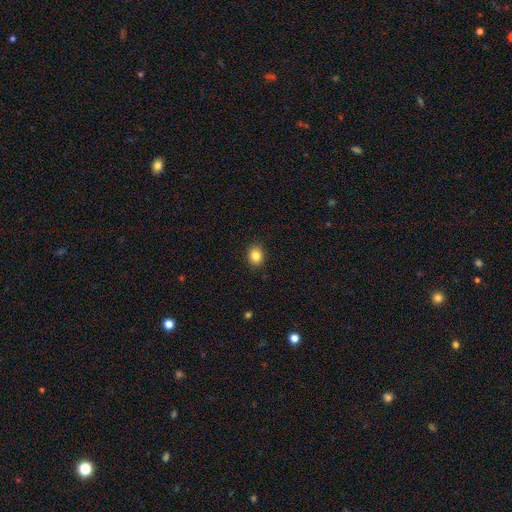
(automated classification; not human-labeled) Smooth or featured? smooth (84%)
How rounded? round (52%)
Merging? none (90%)